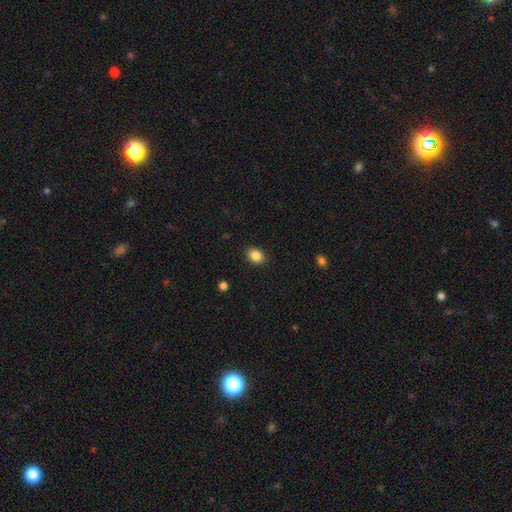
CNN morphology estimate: A smooth galaxy with no disk features (86%) that is in between round and cigar-shaped (59%).

Vote fractions:
- Smooth or featured? smooth: 86% / star or artifact: 9% / featured or disk: 4%
- How rounded? in between: 59% / round: 40% / cigar-shaped: 1%
- Merging? none: 89% / minor disturbance: 7% / major disturbance: 2% / merger: 1%